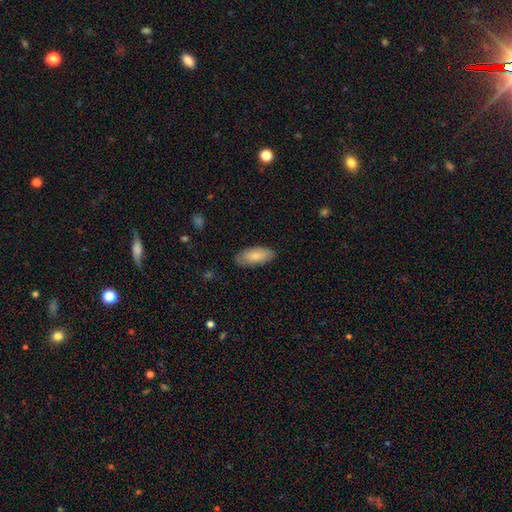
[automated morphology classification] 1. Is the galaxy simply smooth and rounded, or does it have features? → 83% smooth, 12% featured or disk, 6% star or artifact.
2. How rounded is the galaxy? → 87% in between, 12% cigar-shaped, 2% round.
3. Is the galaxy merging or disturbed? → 84% none, 13% minor disturbance, 2% major disturbance, 1% merger.